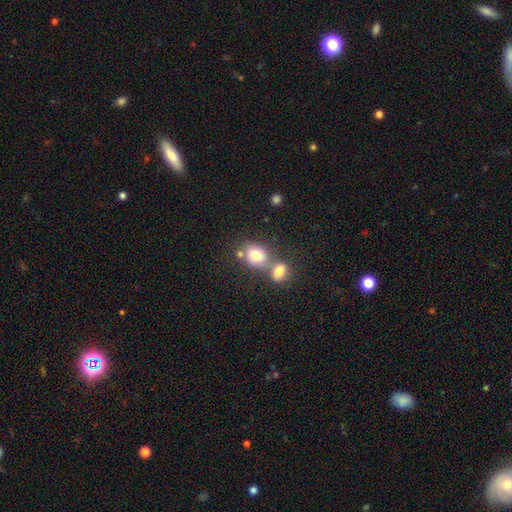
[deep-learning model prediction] smooth 77%, featured or disk 13%, star or artifact 10%. Down the decision tree: how rounded — round (60%); merging — merger (45%).